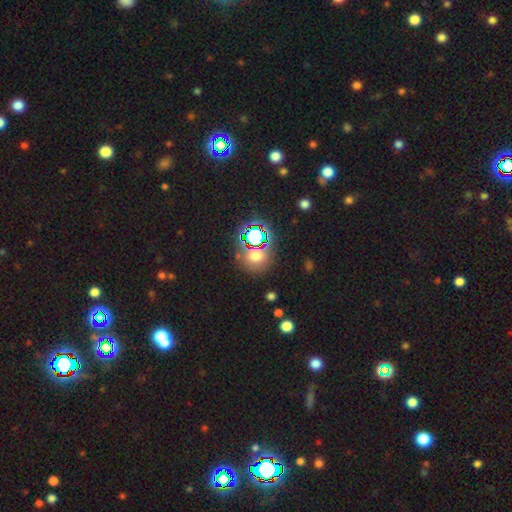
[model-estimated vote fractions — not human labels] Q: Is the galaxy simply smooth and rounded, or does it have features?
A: smooth — 54%.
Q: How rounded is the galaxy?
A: round — 78%.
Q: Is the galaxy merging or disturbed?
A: none — 71%.